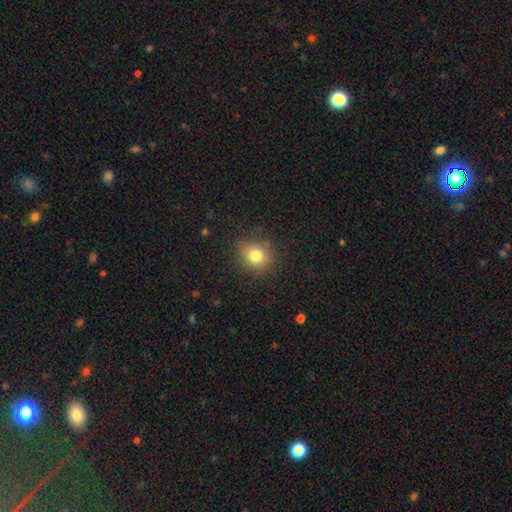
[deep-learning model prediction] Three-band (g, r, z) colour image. It shows a smooth galaxy with no disk features (80%) that is round (73%). Merging: none (84%).